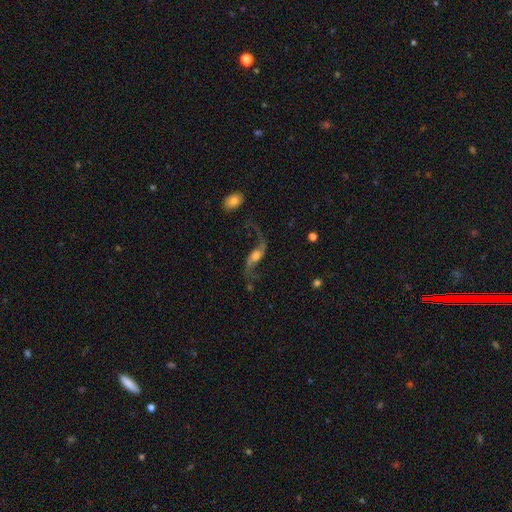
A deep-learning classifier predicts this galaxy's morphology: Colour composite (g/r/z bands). It shows a featured or disk galaxy (87%) with no bar (46%), 2 (94%) loose (92%) spiral arms (96%) and a moderate central bulge (50%). Merging: none (69%).